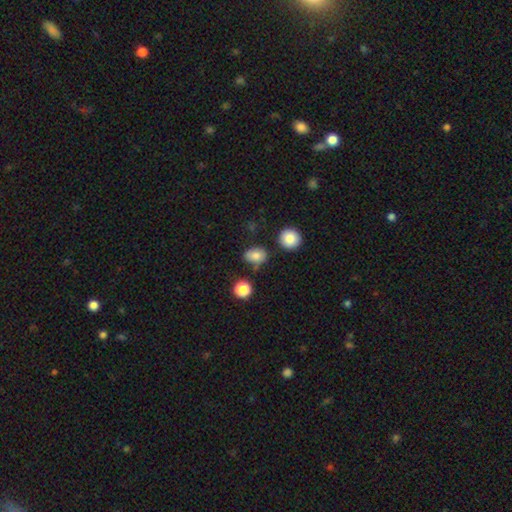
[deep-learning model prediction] Morphology: type=smooth (80%); roundness=in between (64%); merging=none (69%).